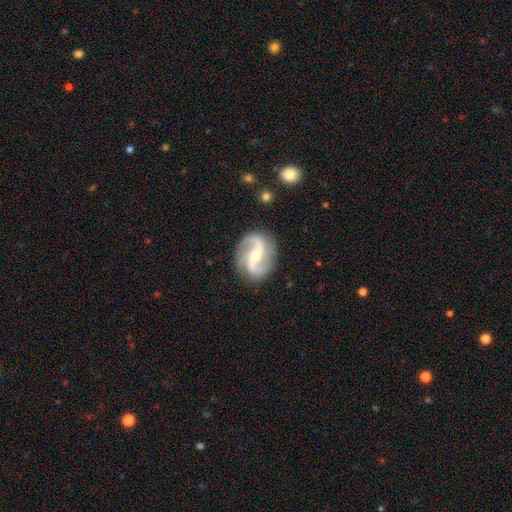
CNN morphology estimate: Smooth or featured? featured or disk (91%)
Edge-on disk? no (98%)
Bar? strong (41%)
Spiral arms? yes (97%)
Spiral winding? loose (56%)
Spiral arm count? 2 (93%)
Bulge size? small (52%)
Merging? none (85%)